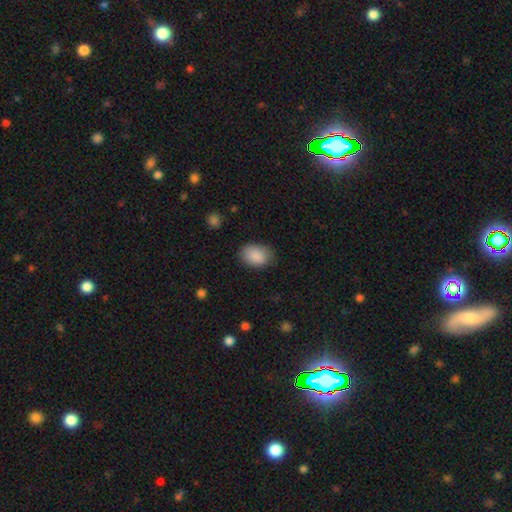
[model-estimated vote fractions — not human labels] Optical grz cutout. It shows a smooth galaxy with no disk features (89%) that is in between round and cigar-shaped (83%). Merging: none (78%).